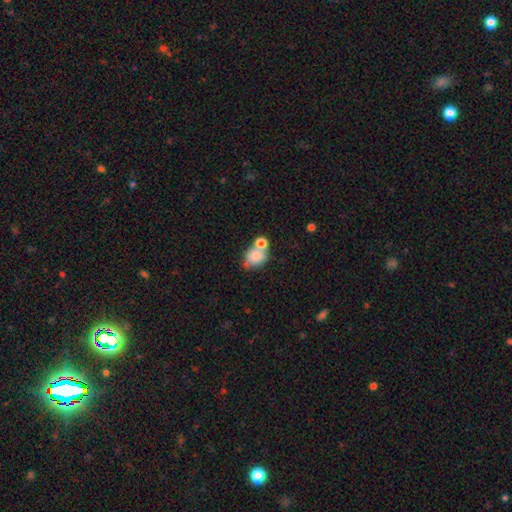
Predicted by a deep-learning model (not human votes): Overall: smooth (79%). How rounded: in between (53%; round 46%). Merging: merger (40%; none 38%).